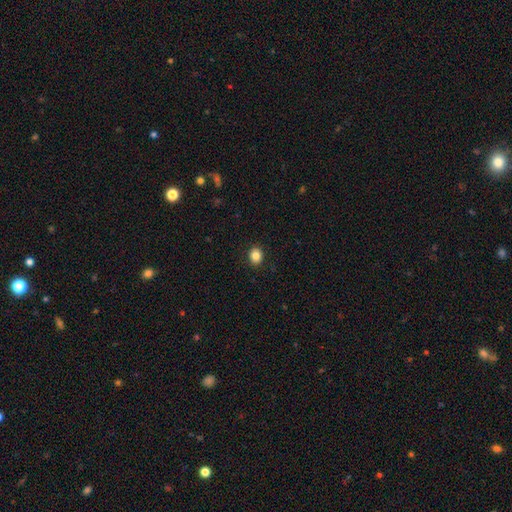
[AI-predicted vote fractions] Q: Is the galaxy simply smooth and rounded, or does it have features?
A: smooth — 84%.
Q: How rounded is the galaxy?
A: round — 63%.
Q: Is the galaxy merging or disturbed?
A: none — 91%.